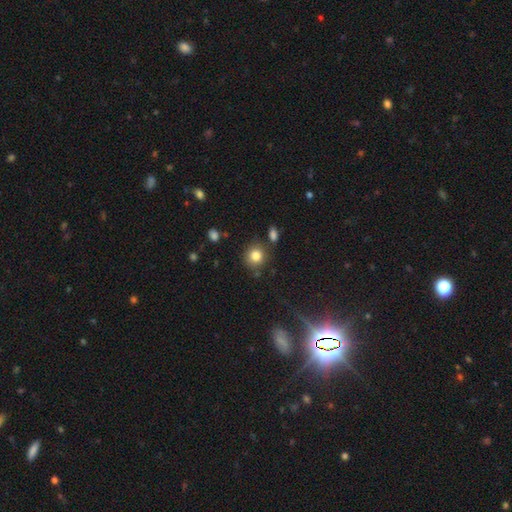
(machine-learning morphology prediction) This is clearly a smooth galaxy (83%). How rounded: clearly round (87%). Merging: likely none (80%).